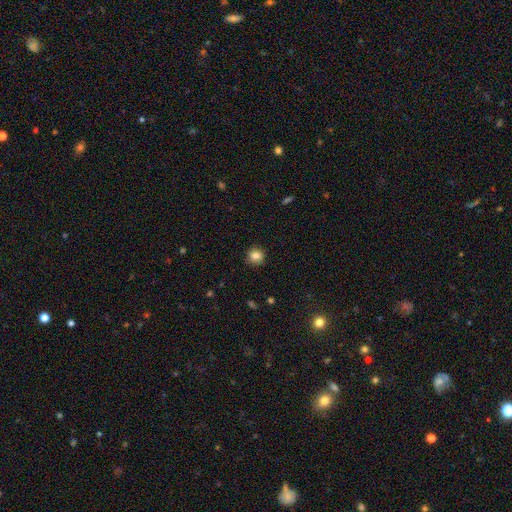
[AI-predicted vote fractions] Smooth or featured? Predicted: smooth (p=0.82). How rounded? Predicted: round (p=0.90). Merging? Predicted: none (p=0.89).